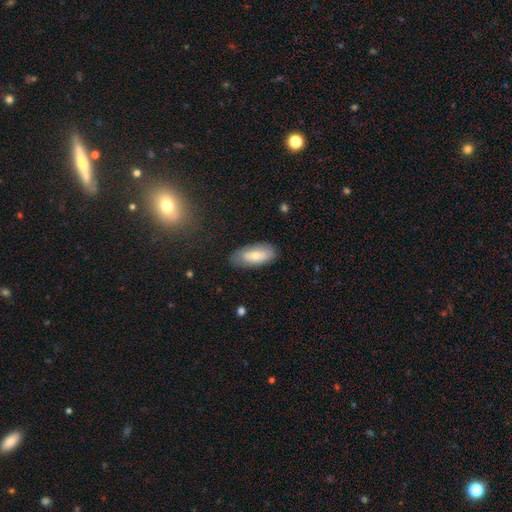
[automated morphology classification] This is likely a smooth galaxy (68%). How rounded: clearly in between (87%). Merging: likely none (79%).